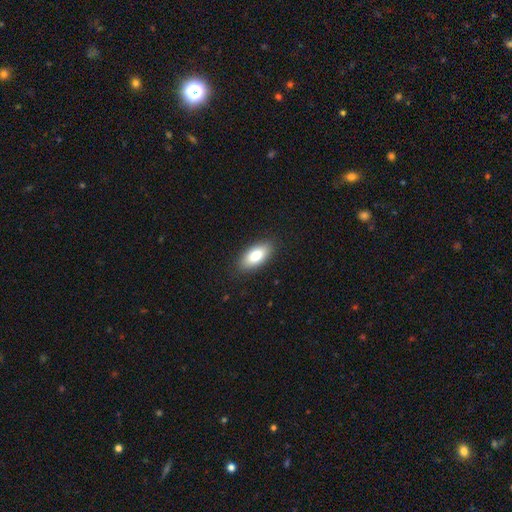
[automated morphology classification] type=smooth (81%); roundness=in between (87%); merging=none (88%).